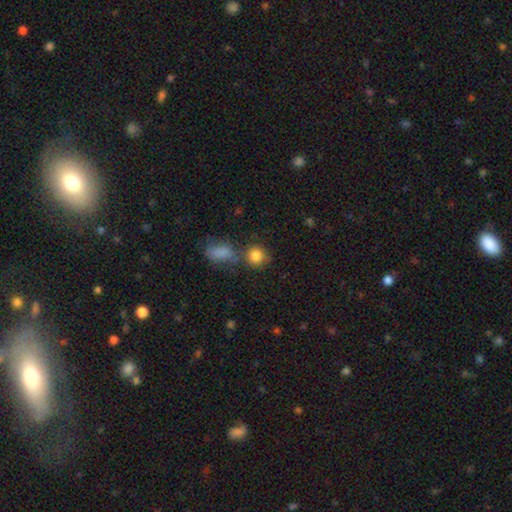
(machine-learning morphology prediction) Q: Smooth or featured?
A: smooth (83%); runner-up: star or artifact (10%)
Q: How rounded?
A: round (85%); runner-up: in between (14%)
Q: Merging?
A: none (64%); runner-up: merger (20%)